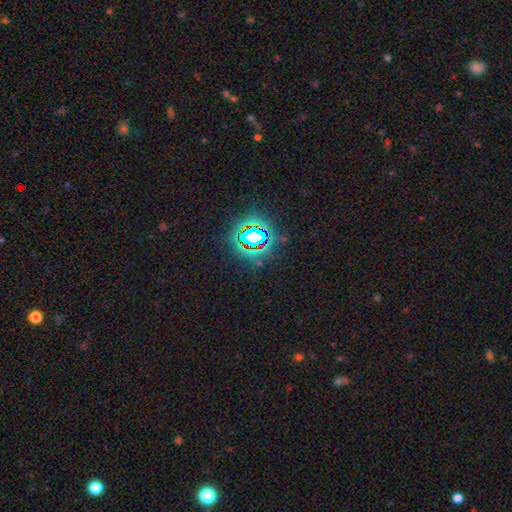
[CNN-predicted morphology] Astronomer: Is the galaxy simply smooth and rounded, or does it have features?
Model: star or artifact — 82%.